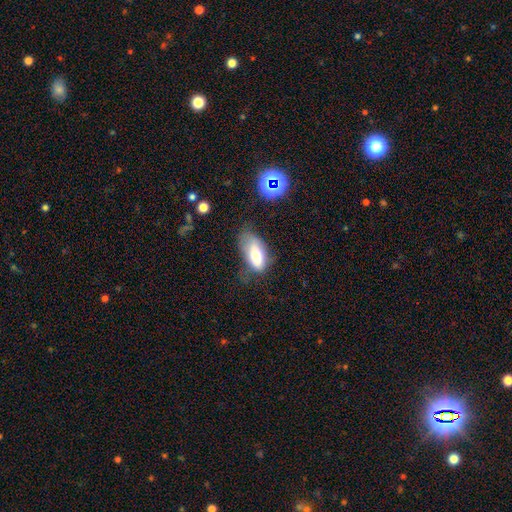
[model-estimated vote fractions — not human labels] Morphology: type=smooth (68%); roundness=in between (88%); merging=none (41%).